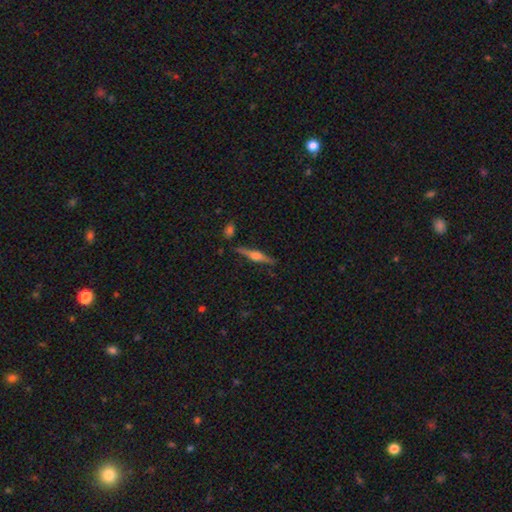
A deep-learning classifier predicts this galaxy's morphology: Overall: featured or disk (73%). Edge-on disk: yes (98%). Edge-on bulge: rounded (87%). Merging: none (87%).